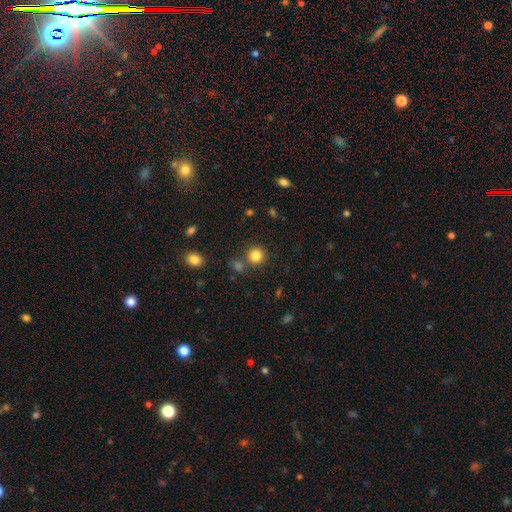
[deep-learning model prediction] smooth-or-featured: smooth: 84% | star or artifact: 12% | featured or disk: 5%
  how-rounded: round: 91% | in between: 8% | cigar-shaped: 1%
  merging: none: 79% | merger: 10% | minor disturbance: 8% | major disturbance: 3%